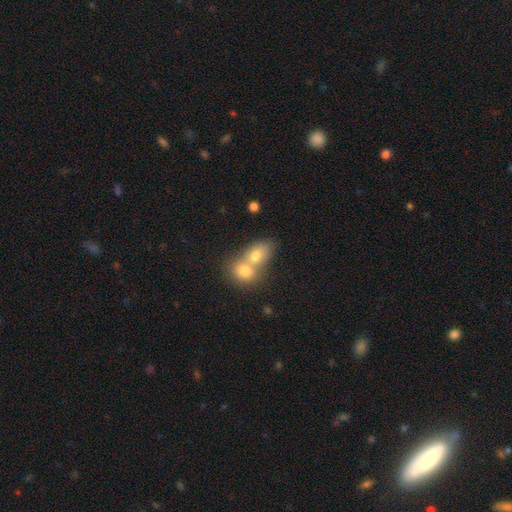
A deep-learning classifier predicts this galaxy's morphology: type=smooth (74%); roundness=in between (74%); merging=merger (72%).